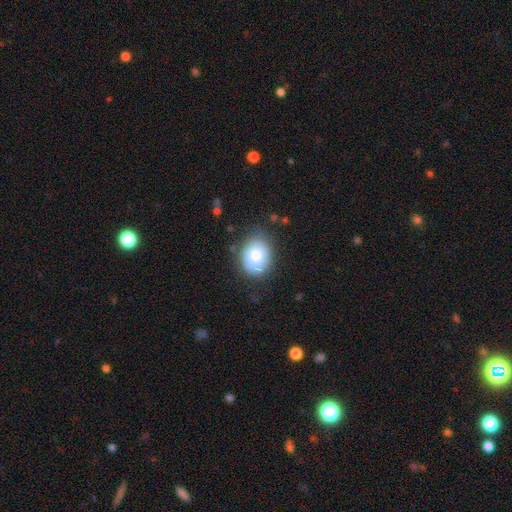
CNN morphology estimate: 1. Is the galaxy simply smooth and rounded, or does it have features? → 70% smooth, 23% featured or disk, 8% star or artifact.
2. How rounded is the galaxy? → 50% in between, 49% round, 1% cigar-shaped.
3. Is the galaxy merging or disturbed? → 69% none, 22% minor disturbance, 6% major disturbance, 3% merger.